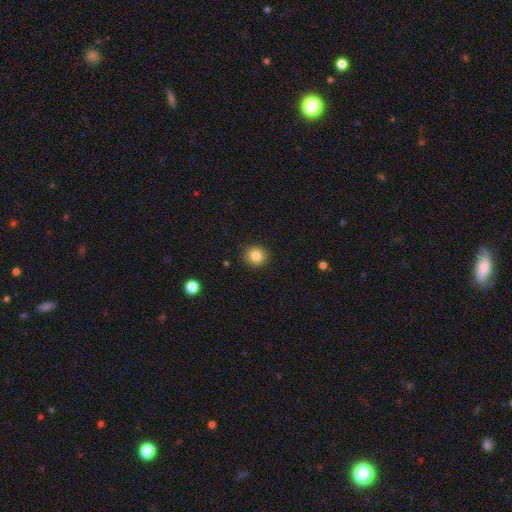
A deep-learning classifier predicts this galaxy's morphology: A smooth galaxy with no disk features (83%) that is round (89%).

Vote fractions:
- Smooth or featured? smooth: 83% / star or artifact: 11% / featured or disk: 7%
- How rounded? round: 89% / in between: 10% / cigar-shaped: 1%
- Merging? none: 91% / minor disturbance: 6% / major disturbance: 2% / merger: 1%